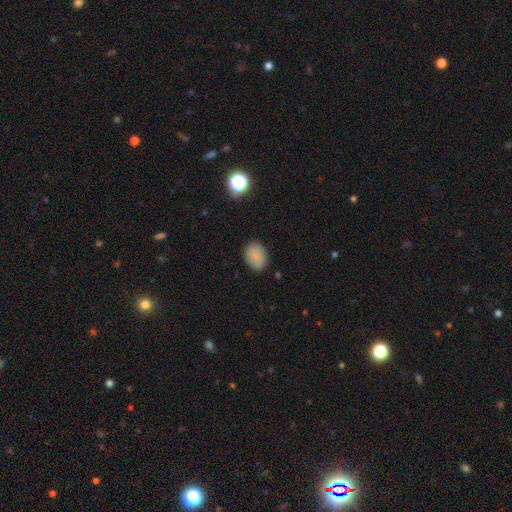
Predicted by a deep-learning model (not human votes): Q: Smooth or featured?
A: smooth (84%); runner-up: star or artifact (10%)
Q: How rounded?
A: in between (75%); runner-up: round (24%)
Q: Merging?
A: none (85%); runner-up: minor disturbance (11%)